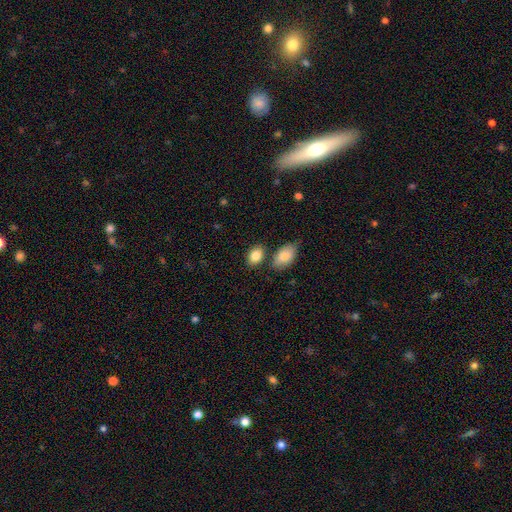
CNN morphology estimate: The model was most divided on "merging": none: 71%, merger: 14%, minor disturbance: 12%, major disturbance: 3%. More confident: smooth or featured — smooth (85%); how rounded — in between (84%).